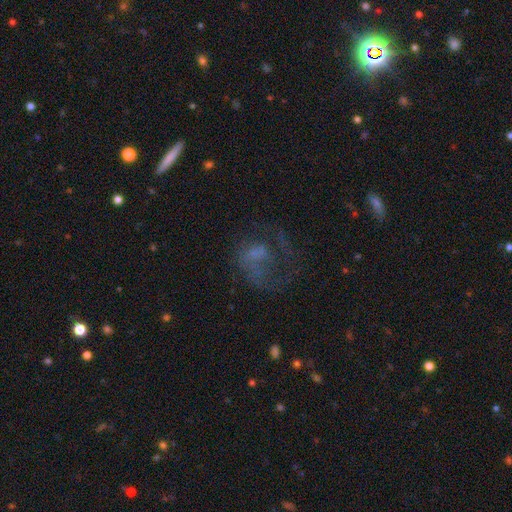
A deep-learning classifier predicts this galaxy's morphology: The model was most divided on "smooth or featured": featured or disk: 49%, smooth: 33%, star or artifact: 18%. More confident: merging — major disturbance (51%).